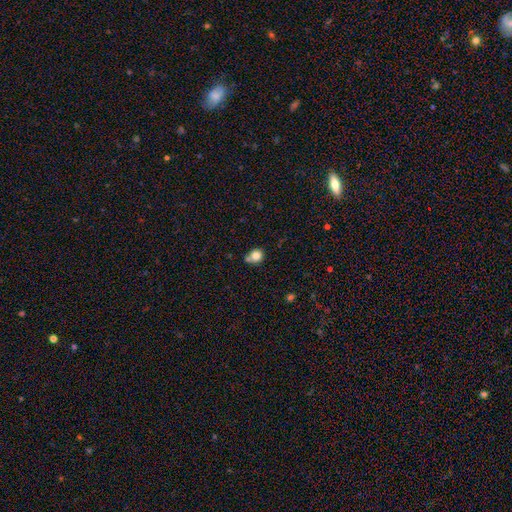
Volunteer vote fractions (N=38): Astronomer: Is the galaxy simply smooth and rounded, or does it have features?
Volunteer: smooth — 82%.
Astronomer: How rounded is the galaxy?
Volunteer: round — 81%.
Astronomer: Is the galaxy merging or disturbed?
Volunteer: merger — 54% (runner-up: none, 31%).